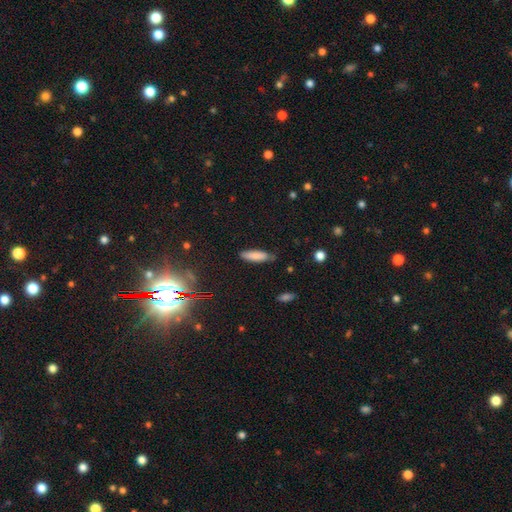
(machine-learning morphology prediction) This is clearly a smooth galaxy (81%). How rounded: possibly cigar-shaped (53%). Merging: likely none (74%).